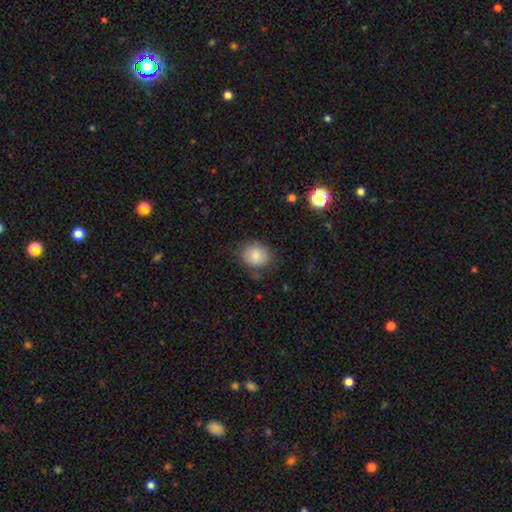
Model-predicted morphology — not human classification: Smooth or featured? smooth (83%)
How rounded? round (53%)
Merging? none (73%)